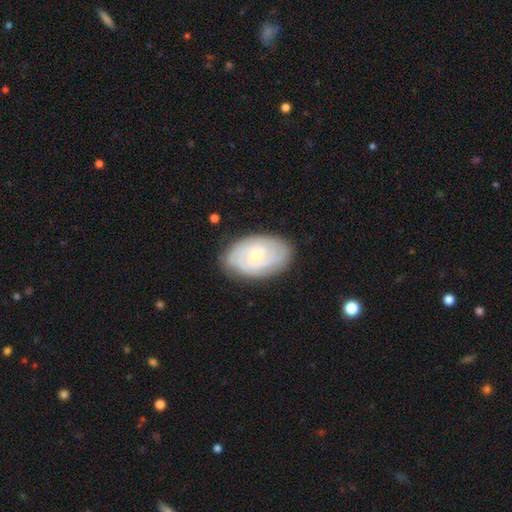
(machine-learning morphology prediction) Smooth or featured? Predicted: featured or disk (p=0.73). Edge-on disk? Predicted: no (p=0.95). Bar? Predicted: no (p=0.74). Spiral arms? Predicted: yes (p=0.89). Spiral winding? Predicted: tight (p=0.76). Spiral arm count? Predicted: can't tell (p=0.44). Bulge size? Predicted: small (p=0.62). Merging? Predicted: none (p=0.81).